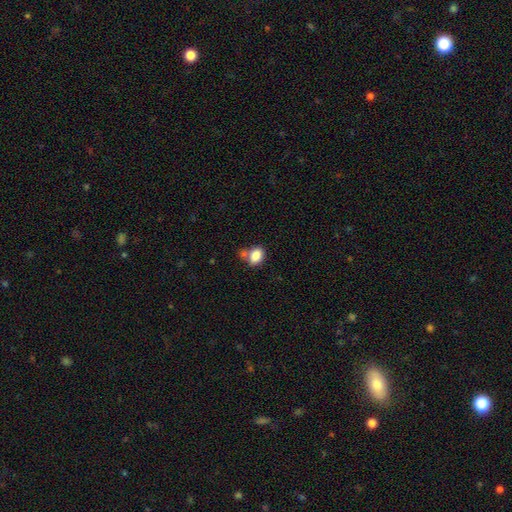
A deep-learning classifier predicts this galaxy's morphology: type=smooth (84%); roundness=in between (74%); merging=none (54%).